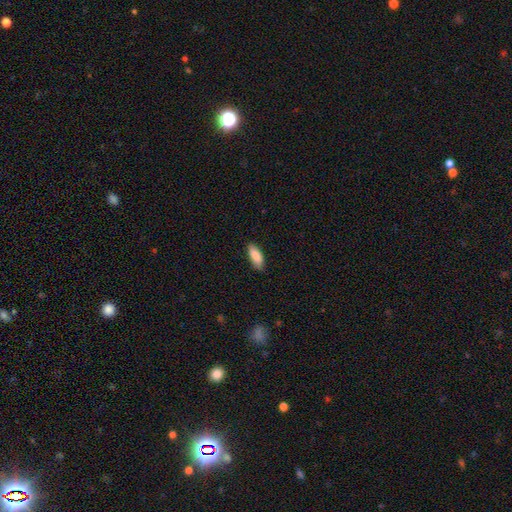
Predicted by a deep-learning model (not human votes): A smooth galaxy with no disk features (85%) that is in between round and cigar-shaped (70%).

Vote fractions:
- Smooth or featured? smooth: 85% / featured or disk: 8% / star or artifact: 6%
- How rounded? in between: 70% / cigar-shaped: 28% / round: 2%
- Merging? none: 82% / minor disturbance: 15% / major disturbance: 2% / merger: 1%